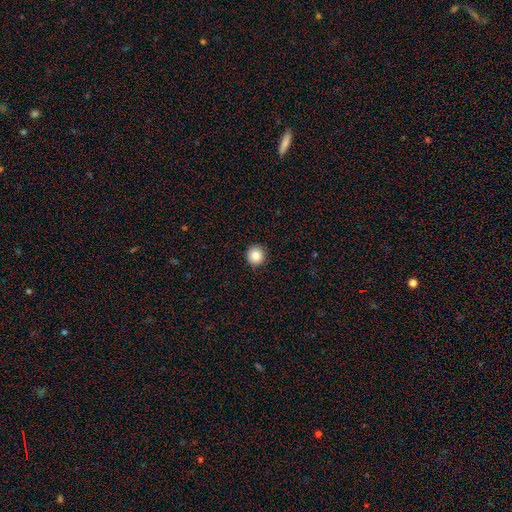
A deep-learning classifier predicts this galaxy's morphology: This appears to be a smooth galaxy with no disk features (85%) that is round (92%). Merging: none (91%).